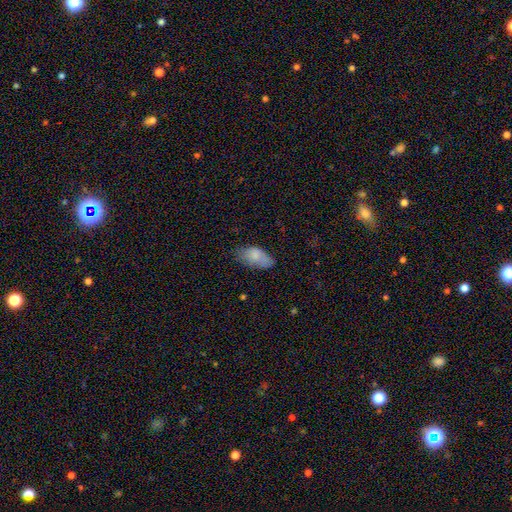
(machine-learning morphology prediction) Smooth or featured?
  - smooth: 81% *
  - featured or disk: 12%
  - star or artifact: 8%
How rounded?
  - in between: 94% *
  - round: 3%
  - cigar-shaped: 3%
Merging?
  - none: 55% *
  - minor disturbance: 33%
  - major disturbance: 10%
  - merger: 2%